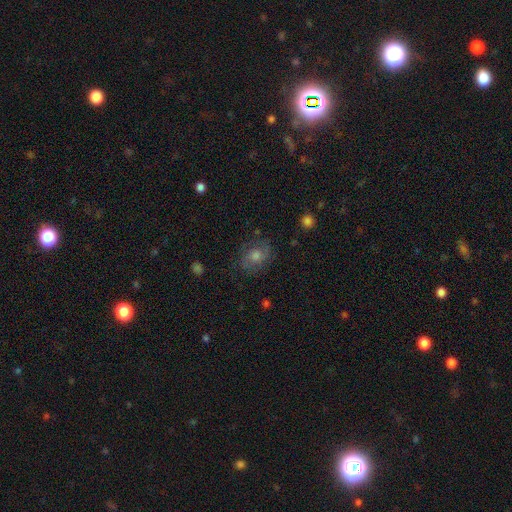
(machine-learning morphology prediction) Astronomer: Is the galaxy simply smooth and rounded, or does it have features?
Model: featured or disk — 46% (runner-up: smooth, 37%).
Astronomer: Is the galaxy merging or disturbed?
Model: none — 76%.